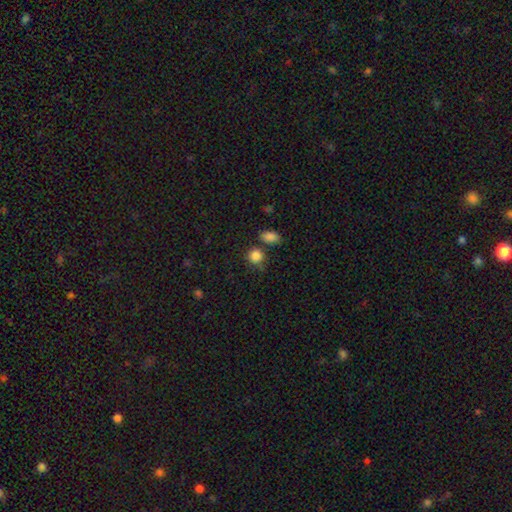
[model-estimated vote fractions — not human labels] This is clearly a smooth galaxy (85%). How rounded: clearly round (82%). Merging: likely none (69%).